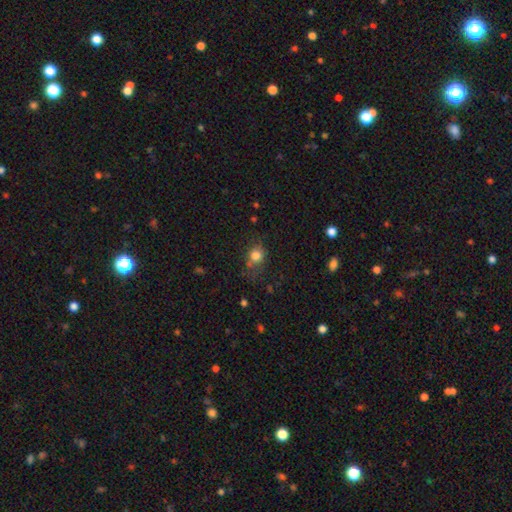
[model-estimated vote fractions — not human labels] Smooth or featured? Predicted: smooth (p=0.80). How rounded? Predicted: round (p=0.71). Merging? Predicted: none (p=0.62).